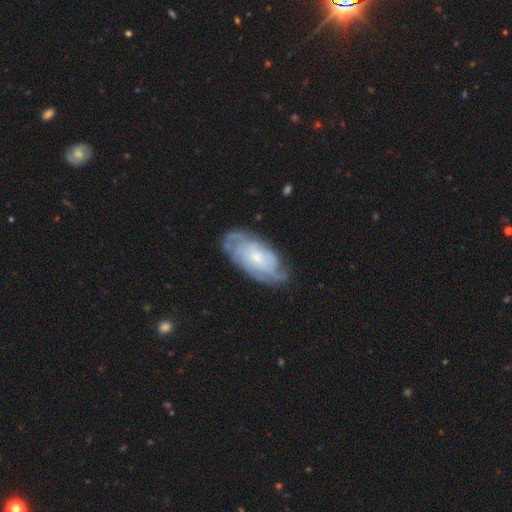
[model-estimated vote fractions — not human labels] A featured or disk galaxy (73%) with no bar (75%), tight (71%) spiral arms (92%) and a small central bulge (62%). Merging: none (79%).